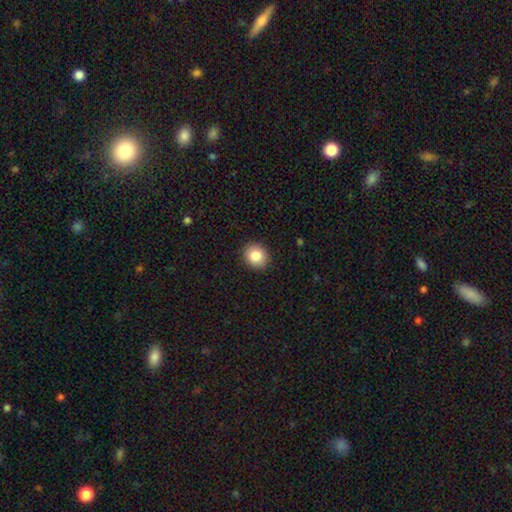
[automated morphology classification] Q: Smooth or featured?
A: smooth (84%); runner-up: star or artifact (9%)
Q: How rounded?
A: round (77%); runner-up: in between (22%)
Q: Merging?
A: none (91%); runner-up: minor disturbance (6%)